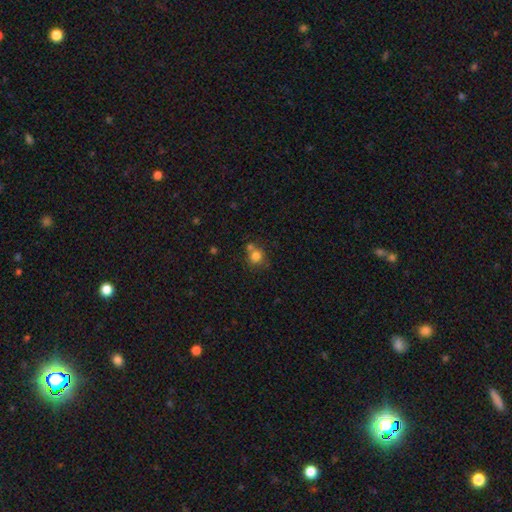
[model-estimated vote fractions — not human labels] Overall: smooth (80%). How rounded: round (79%). Merging: none (55%; merger 26%).